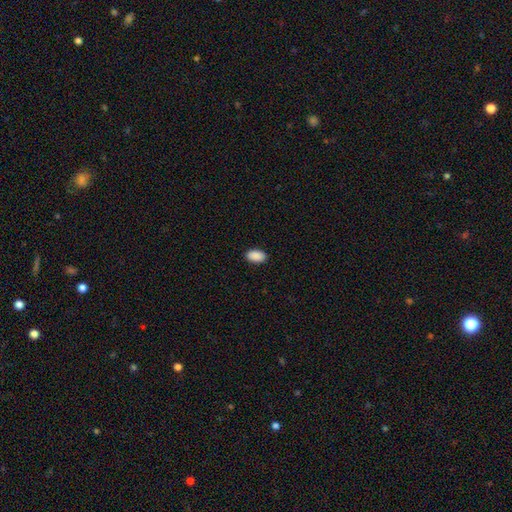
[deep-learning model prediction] This appears to be a smooth galaxy with no disk features (91%) that is in between round and cigar-shaped (93%). Merging: none (90%).